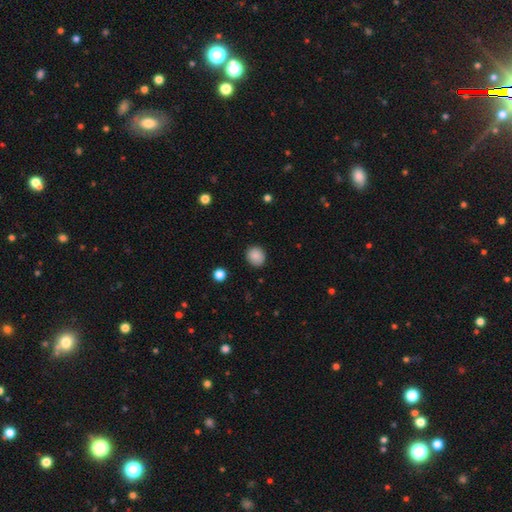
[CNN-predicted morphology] smooth_or_featured: smooth (p=0.88) [alt: star or artifact p=0.09]
how_rounded: round (p=0.79) [alt: in between p=0.20]
merging: none (p=0.88) [alt: minor disturbance p=0.09]